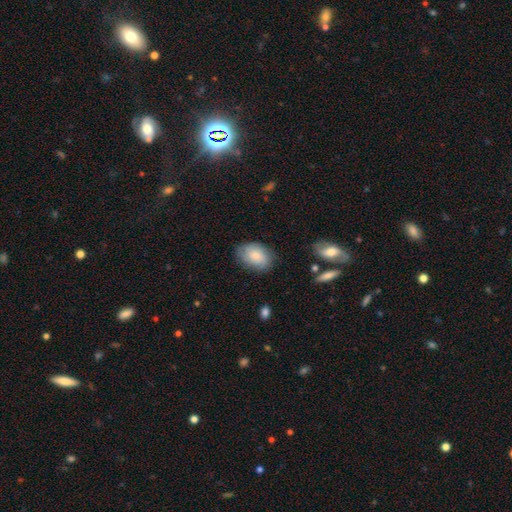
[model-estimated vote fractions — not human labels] smooth 77%, featured or disk 16%, star or artifact 7%. Down the decision tree: how rounded — in between (85%); merging — none (78%).